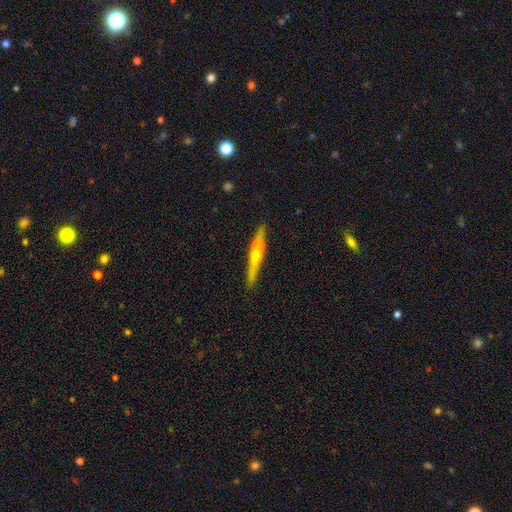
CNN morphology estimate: This appears to be a featured or disk galaxy (55%) viewed edge-on (88%). Merging: none (61%).